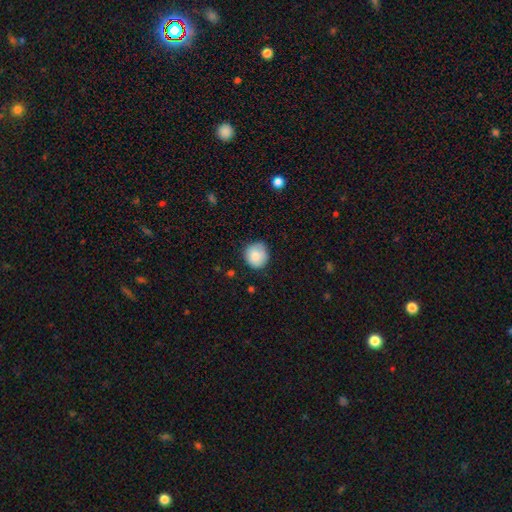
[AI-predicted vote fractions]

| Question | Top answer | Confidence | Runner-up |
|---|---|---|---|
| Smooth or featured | smooth | 85% | star or artifact (8%) |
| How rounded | round | 91% | in between (8%) |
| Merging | none | 80% | minor disturbance (16%) |